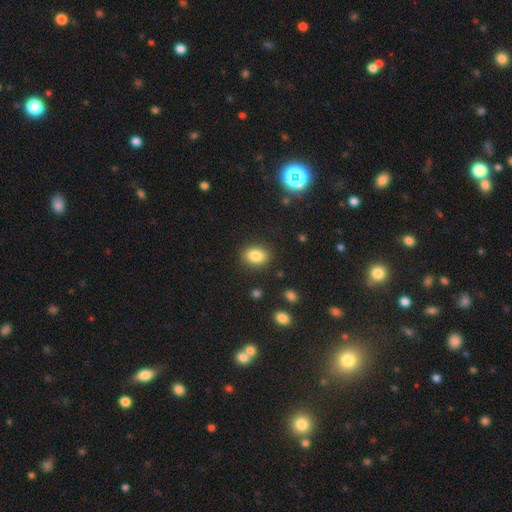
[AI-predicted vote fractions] Smooth or featured: smooth — 84% (star or artifact — 9%)
How rounded: in between — 71% (round — 28%)
Merging: none — 87% (minor disturbance — 9%)